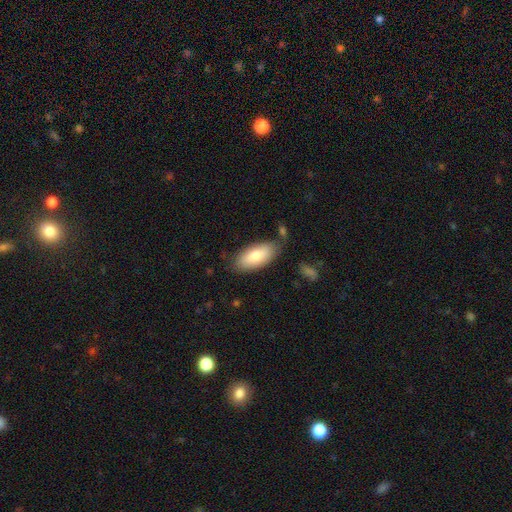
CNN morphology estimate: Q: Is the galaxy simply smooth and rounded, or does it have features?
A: smooth — 76%.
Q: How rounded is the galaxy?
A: in between — 88%.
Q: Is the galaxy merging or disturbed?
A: none — 76%.